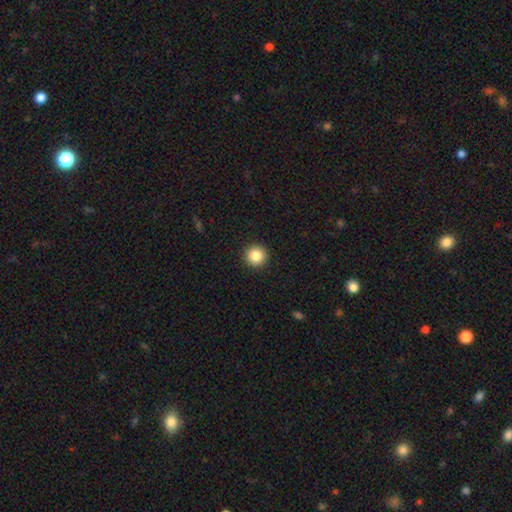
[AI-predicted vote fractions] A smooth galaxy with no disk features (85%) that is round (96%).

Vote fractions:
- Smooth or featured? smooth: 85% / star or artifact: 10% / featured or disk: 5%
- How rounded? round: 96% / in between: 3% / cigar-shaped: 1%
- Merging? none: 93% / minor disturbance: 4% / major disturbance: 2% / merger: 1%